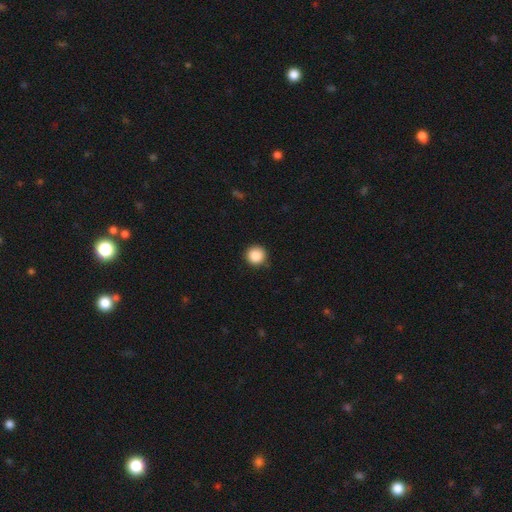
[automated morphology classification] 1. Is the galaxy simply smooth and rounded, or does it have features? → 88% smooth, 9% star or artifact, 3% featured or disk.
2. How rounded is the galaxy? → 95% round, 4% in between, 1% cigar-shaped.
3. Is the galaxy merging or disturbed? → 88% none, 8% minor disturbance, 2% major disturbance, 1% merger.